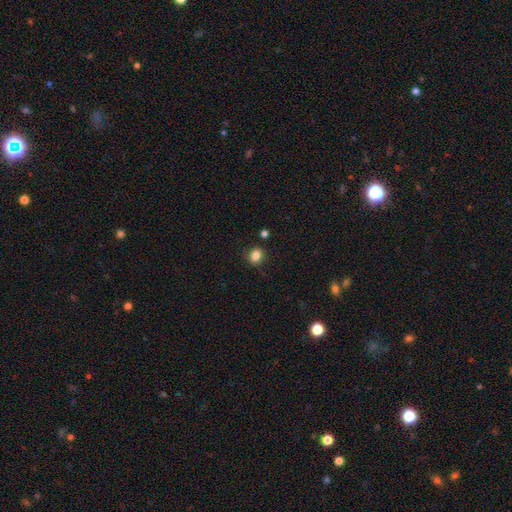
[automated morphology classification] Overall: smooth (84%). How rounded: round (61%; in between 38%). Merging: none (84%).